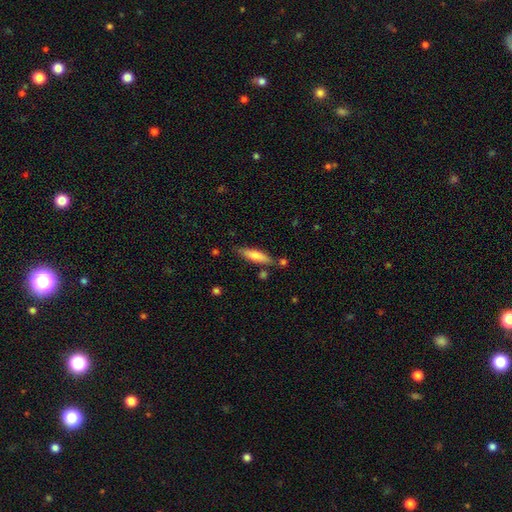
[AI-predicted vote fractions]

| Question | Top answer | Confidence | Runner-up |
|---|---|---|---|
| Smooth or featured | smooth | 74% | featured or disk (20%) |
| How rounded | cigar-shaped | 74% | in between (24%) |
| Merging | none | 78% | minor disturbance (14%) |